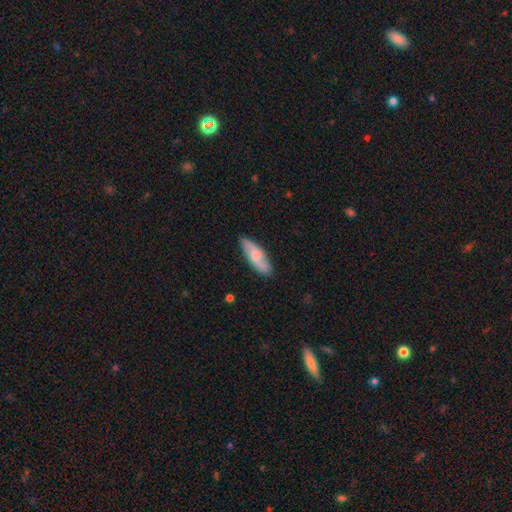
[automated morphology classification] smooth_or_featured: smooth (p=0.50) [alt: featured or disk p=0.44]
how_rounded: in between (p=0.60) [alt: cigar-shaped p=0.38]
merging: none (p=0.80) [alt: minor disturbance p=0.15]